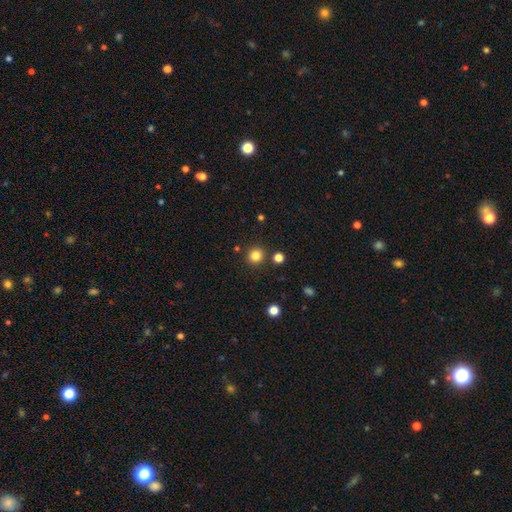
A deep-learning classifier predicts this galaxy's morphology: Overall: smooth (83%). How rounded: round (92%). Merging: none (89%).